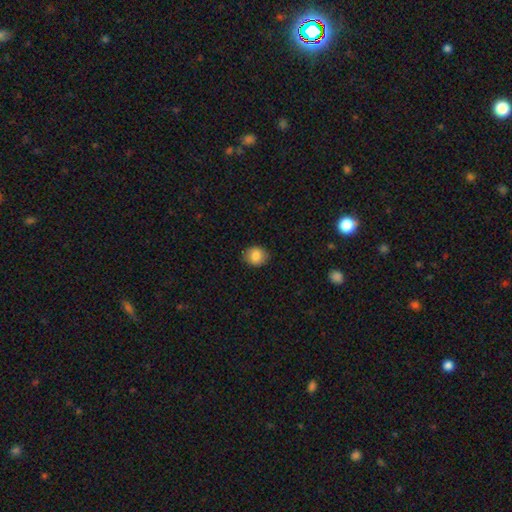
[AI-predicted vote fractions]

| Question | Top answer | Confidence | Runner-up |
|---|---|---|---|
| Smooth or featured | smooth | 85% | star or artifact (9%) |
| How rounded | round | 63% | in between (36%) |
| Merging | none | 87% | minor disturbance (10%) |